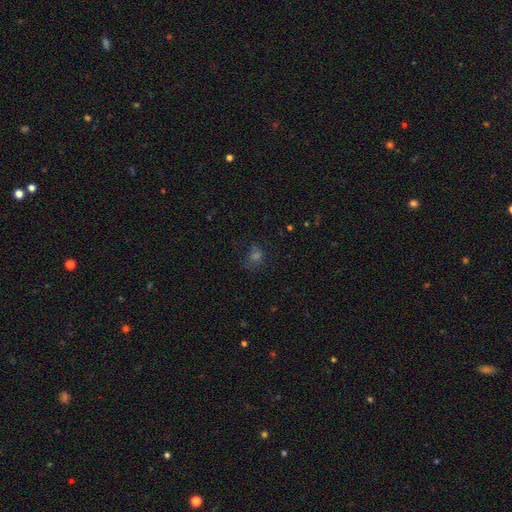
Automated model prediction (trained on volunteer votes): This is possibly a smooth galaxy (52%). How rounded: likely round (75%). Merging: likely none (71%).